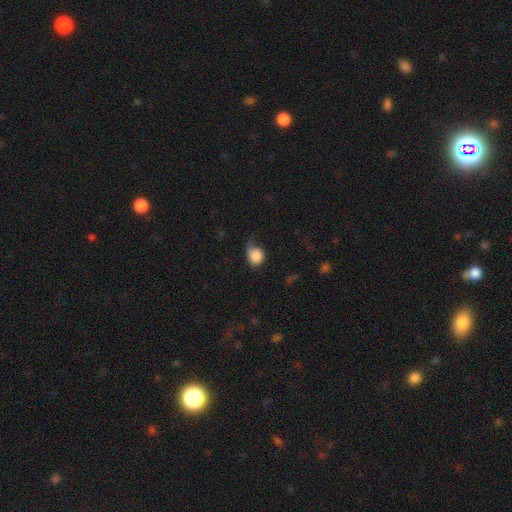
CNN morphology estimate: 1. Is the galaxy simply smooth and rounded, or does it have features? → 79% smooth, 13% featured or disk, 8% star or artifact.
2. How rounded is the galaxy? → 61% round, 38% in between, 1% cigar-shaped.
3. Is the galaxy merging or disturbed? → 35% minor disturbance, 31% major disturbance, 31% none, 3% merger.